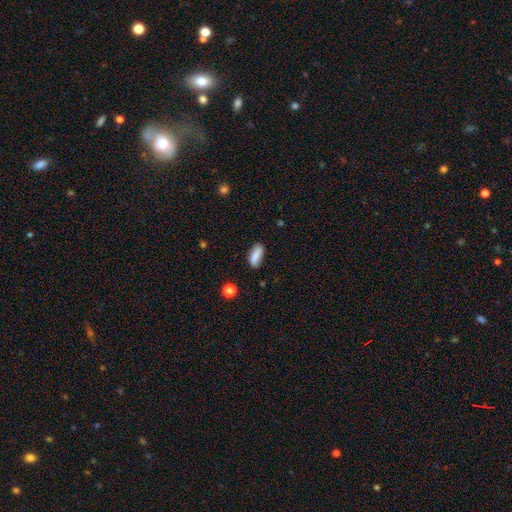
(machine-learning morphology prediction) smooth_or_featured: smooth (p=0.84) [alt: featured or disk p=0.09]
how_rounded: in between (p=0.76) [alt: cigar-shaped p=0.22]
merging: none (p=0.77) [alt: minor disturbance p=0.17]